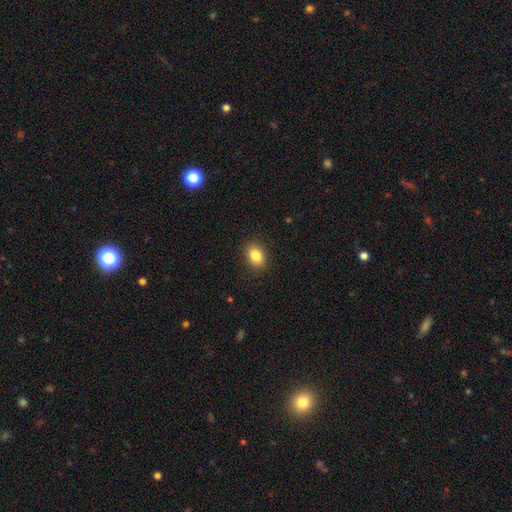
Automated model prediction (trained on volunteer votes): Smooth or featured? smooth (85%)
How rounded? in between (73%)
Merging? none (88%)